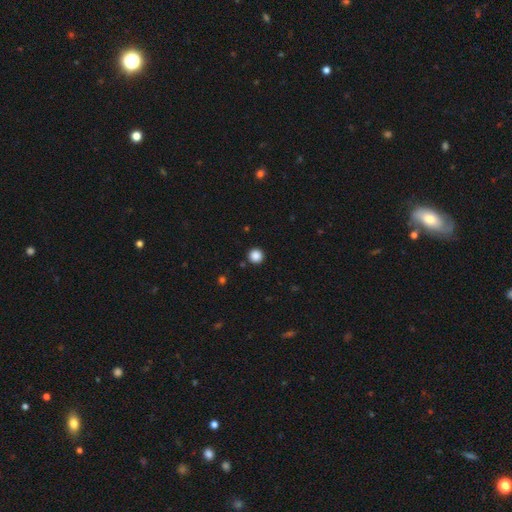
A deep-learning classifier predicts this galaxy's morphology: This appears to be a smooth galaxy with no disk features (87%) that is round (96%). Merging: none (92%).